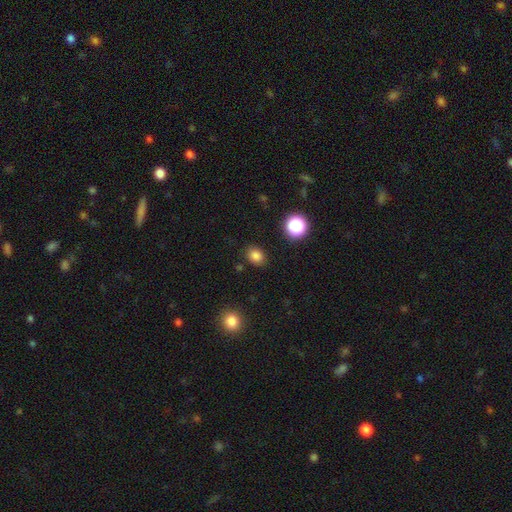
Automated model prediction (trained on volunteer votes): Smooth or featured? smooth (82%)
How rounded? in between (50%)
Merging? none (86%)